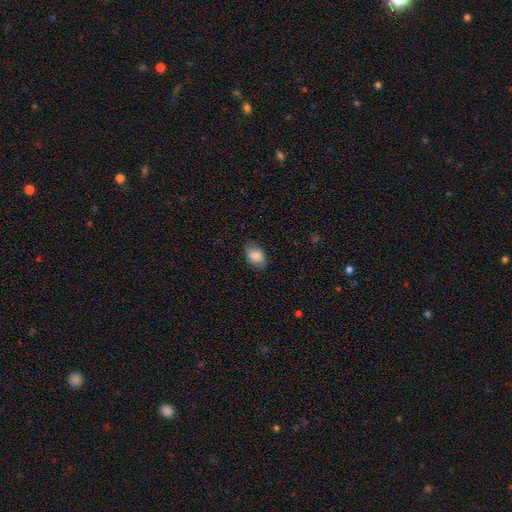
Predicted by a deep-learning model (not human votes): Smooth or featured? smooth (84%)
How rounded? in between (86%)
Merging? none (80%)